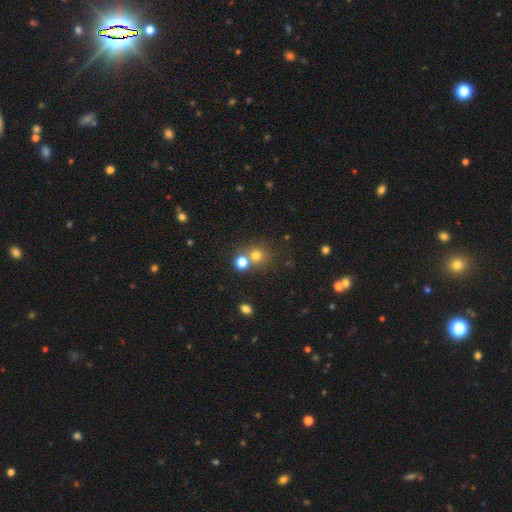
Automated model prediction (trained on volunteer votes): This is likely a smooth galaxy (72%). How rounded: clearly round (87%). Merging: possibly none (58%).